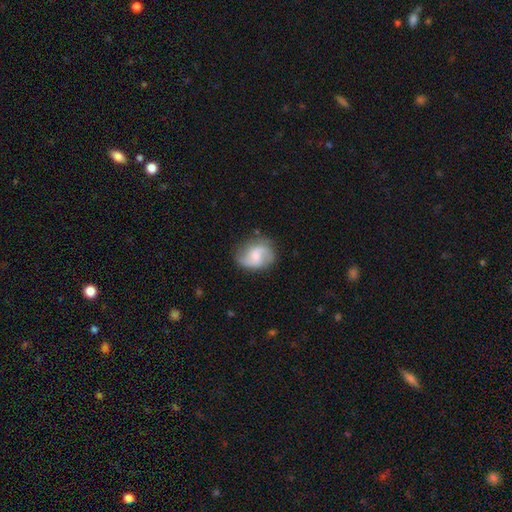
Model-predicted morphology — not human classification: smooth-or-featured: featured or disk: 65% | smooth: 29% | star or artifact: 7%
  disk-edge-on: no: 97% | yes: 3%
    bar: no: 45% (tied) | weak: 45% (tied) | strong: 10%
    has-spiral-arms: yes: 91% | no: 9%
      spiral-winding: loose: 49% | medium: 38% | tight: 12%
      spiral-arm-count: 2: 86% | can't tell: 6% | 1: 4% | 3: 2% | 4: 1% | more than 4: 1%
    bulge-size: moderate: 46% | small: 43% | none: 6% | large: 5% | dominant: 1%
  merging: none: 74% | minor disturbance: 18% | major disturbance: 6% | merger: 2%